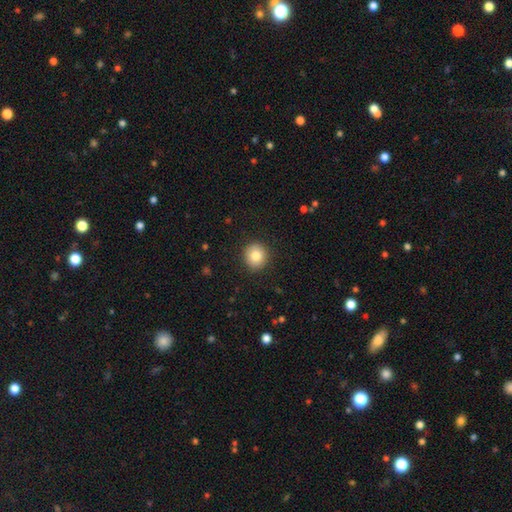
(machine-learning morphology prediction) Q: Smooth or featured?
A: smooth (84%); runner-up: star or artifact (9%)
Q: How rounded?
A: round (87%); runner-up: in between (12%)
Q: Merging?
A: none (91%); runner-up: minor disturbance (6%)